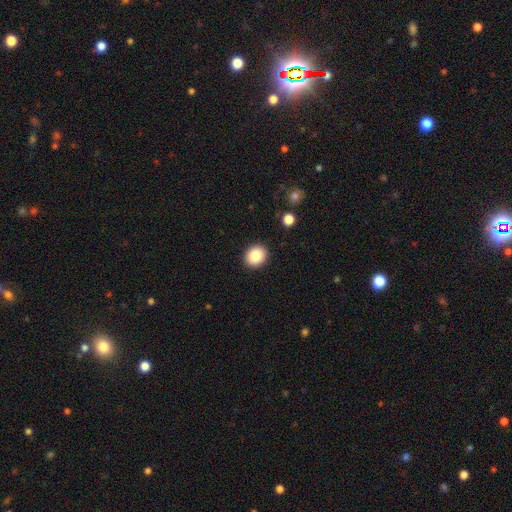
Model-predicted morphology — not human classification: Q: Smooth or featured?
A: smooth (84%); runner-up: star or artifact (9%)
Q: How rounded?
A: round (66%); runner-up: in between (33%)
Q: Merging?
A: none (91%); runner-up: minor disturbance (6%)